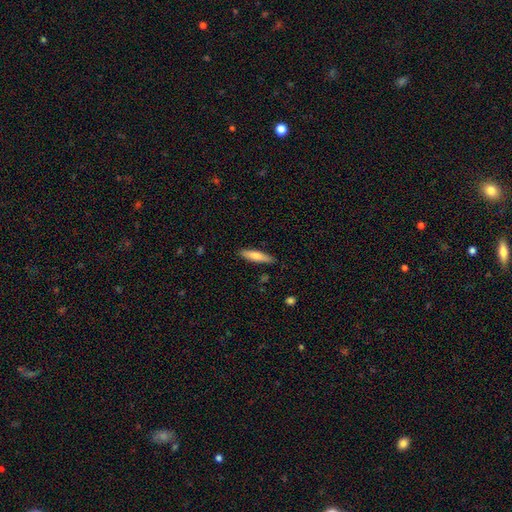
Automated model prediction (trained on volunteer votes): smooth-or-featured: smooth: 74% | featured or disk: 20% | star or artifact: 6%
  how-rounded: cigar-shaped: 77% | in between: 22% | round: 2%
  merging: none: 87% | minor disturbance: 10% | major disturbance: 2% | merger: 1%